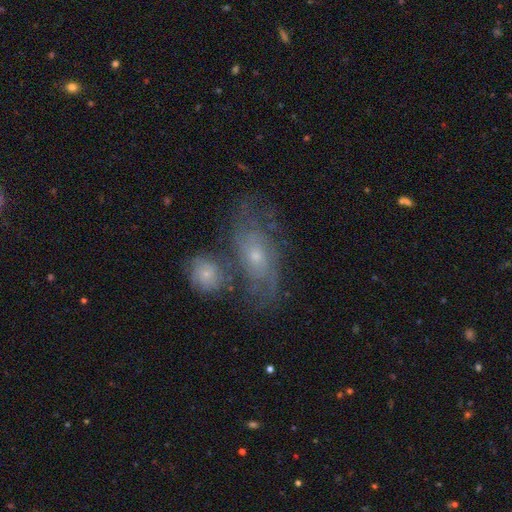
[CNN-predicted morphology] smooth_or_featured: featured or disk (p=0.70) [alt: smooth p=0.21]
disk_edge_on: no (p=0.92) [alt: yes p=0.08]
bar: no (p=0.77) [alt: weak p=0.20]
has_spiral_arms: yes (p=0.82) [alt: no p=0.18]
spiral_winding: tight (p=0.51) [alt: medium p=0.35]
spiral_arm_count: can't tell (p=0.54) [alt: 2 p=0.22]
bulge_size: small (p=0.64) [alt: moderate p=0.31]
merging: none (p=0.50) [alt: merger p=0.22]